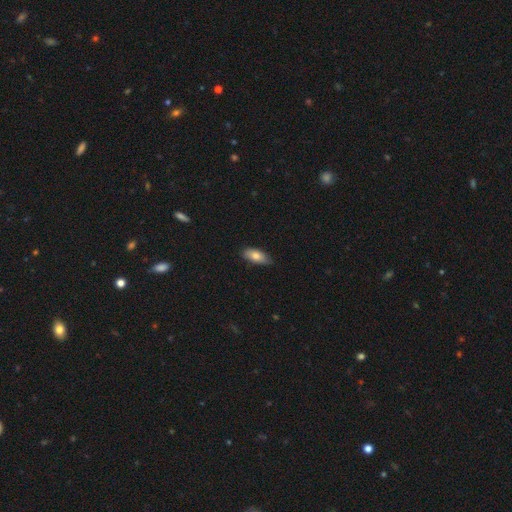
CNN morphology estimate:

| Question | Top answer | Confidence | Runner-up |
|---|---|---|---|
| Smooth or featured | smooth | 78% | featured or disk (15%) |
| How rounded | in between | 85% | cigar-shaped (12%) |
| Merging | none | 79% | minor disturbance (17%) |